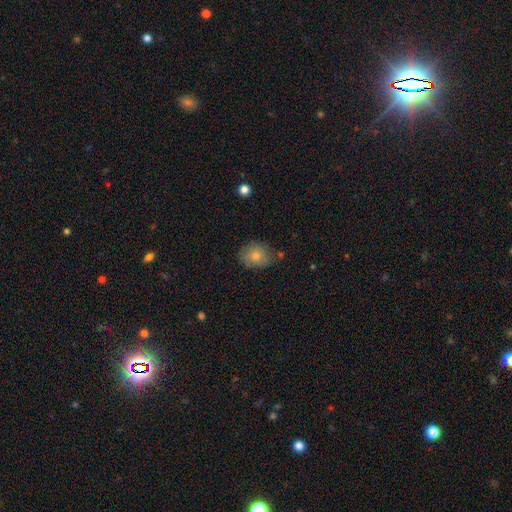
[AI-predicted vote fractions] Q: Smooth or featured?
A: smooth (73%); runner-up: featured or disk (15%)
Q: How rounded?
A: round (56%); runner-up: in between (42%)
Q: Merging?
A: none (76%); runner-up: minor disturbance (17%)